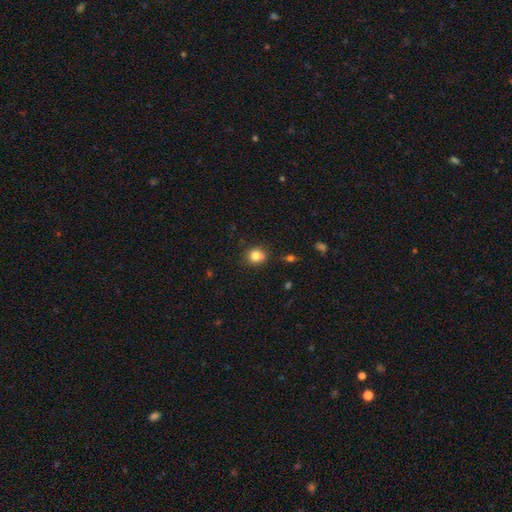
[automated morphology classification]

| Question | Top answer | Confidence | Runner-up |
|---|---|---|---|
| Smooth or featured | smooth | 80% | star or artifact (11%) |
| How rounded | round | 79% | in between (20%) |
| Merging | none | 70% | minor disturbance (18%) |